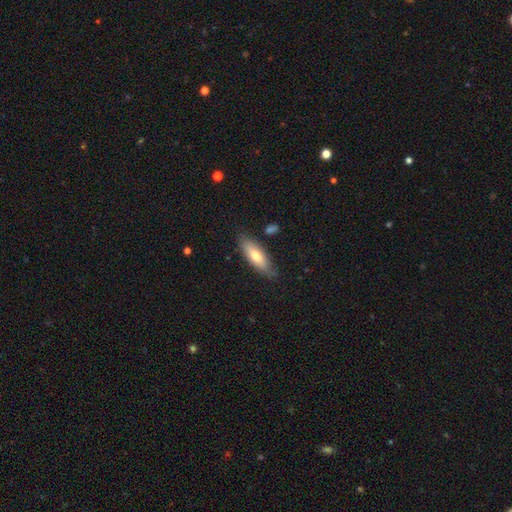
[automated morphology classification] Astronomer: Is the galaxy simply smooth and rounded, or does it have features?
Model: smooth — 67%.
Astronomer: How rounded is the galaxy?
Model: in between — 59% (runner-up: cigar-shaped, 39%).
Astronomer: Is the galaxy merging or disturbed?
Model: none — 79%.